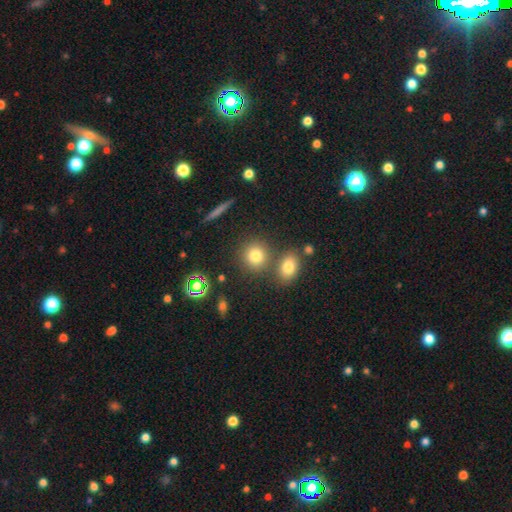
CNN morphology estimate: smooth_or_featured: smooth (p=0.77) [alt: star or artifact p=0.14]
how_rounded: round (p=0.80) [alt: in between p=0.19]
merging: none (p=0.72) [alt: merger p=0.16]